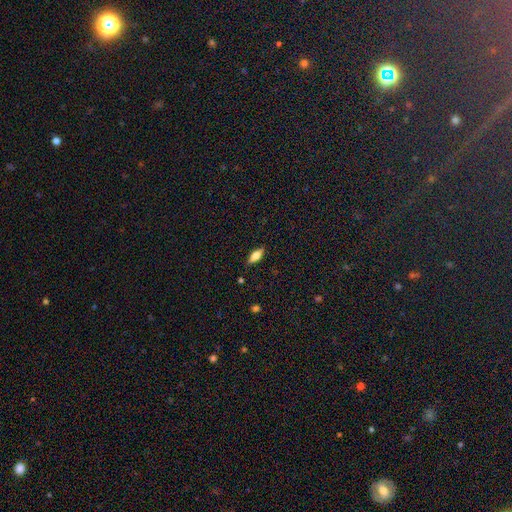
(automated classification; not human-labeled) smooth 66%, featured or disk 26%, star or artifact 7%. Down the decision tree: how rounded — in between (71%); merging — none (87%).